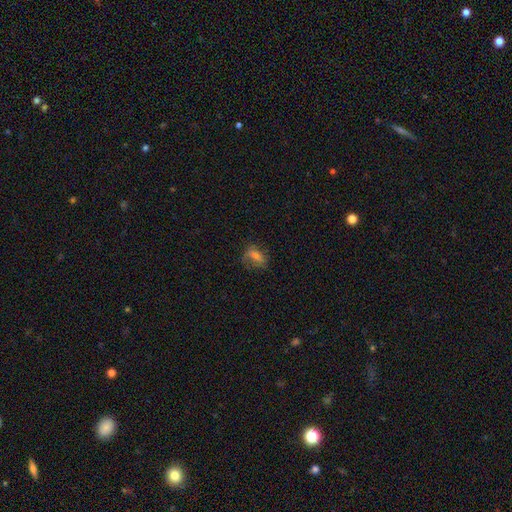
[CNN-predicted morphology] A smooth galaxy with no disk features (49%). Merging: none (60%).